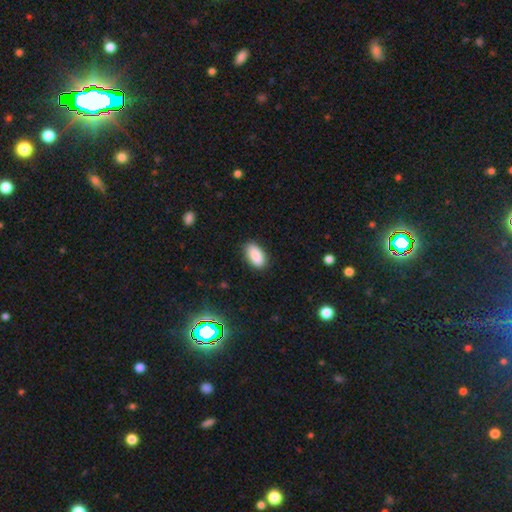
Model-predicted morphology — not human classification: A smooth galaxy with no disk features (89%) that is in between round and cigar-shaped (93%). Merging: none (86%).